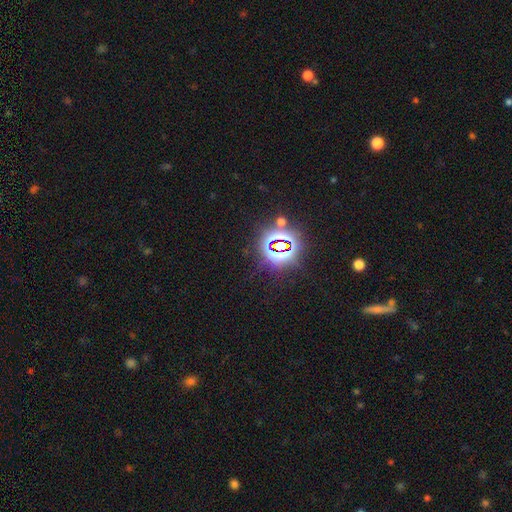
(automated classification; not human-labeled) smooth_or_featured: star or artifact (p=0.83) [alt: smooth p=0.10]